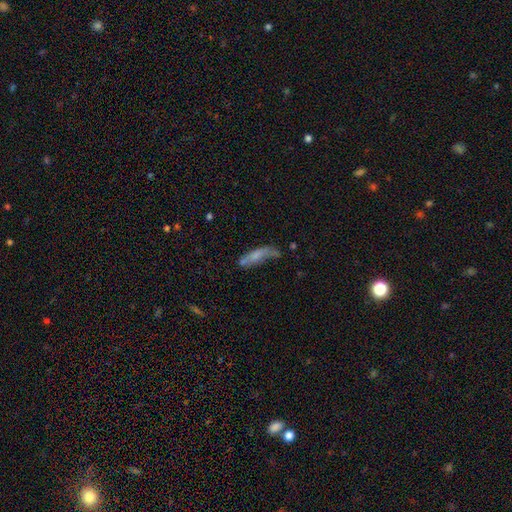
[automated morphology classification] smooth_or_featured: smooth (p=0.57) [alt: featured or disk p=0.34]
how_rounded: cigar-shaped (p=0.63) [alt: in between p=0.34]
merging: none (p=0.37) [alt: minor disturbance p=0.28]